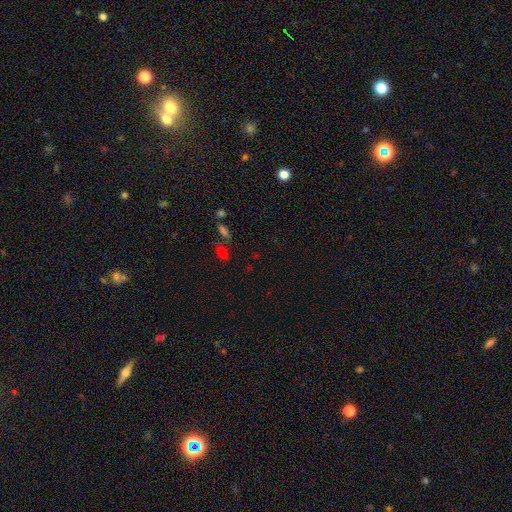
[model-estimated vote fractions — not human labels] Morphology: type=smooth (46%); merging=none (63%).